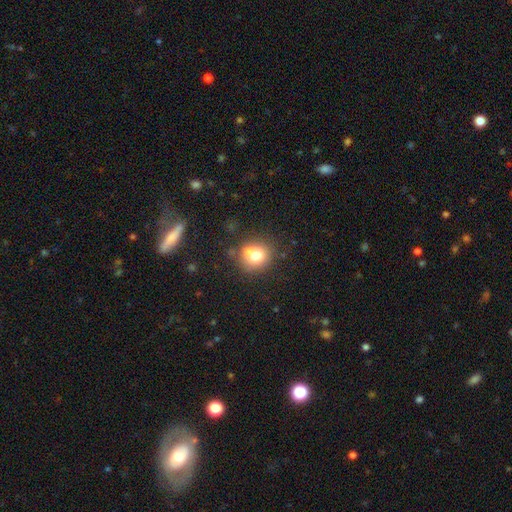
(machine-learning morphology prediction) smooth_or_featured: smooth (p=0.73) [alt: featured or disk p=0.14]
how_rounded: round (p=0.82) [alt: in between p=0.17]
merging: none (p=0.65) [alt: minor disturbance p=0.16]